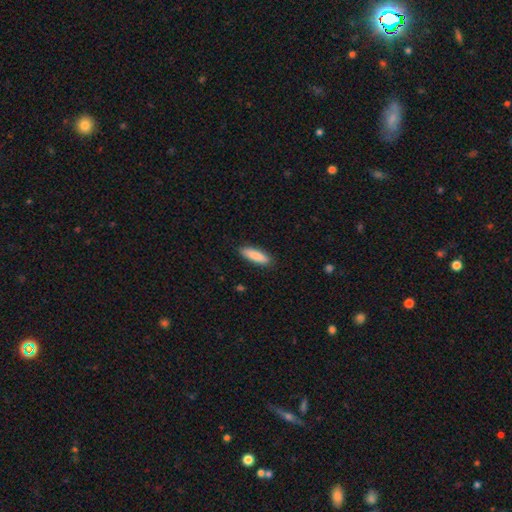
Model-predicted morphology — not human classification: A smooth galaxy with no disk features (87%) that is cigar-shaped (55%). Merging: none (88%).